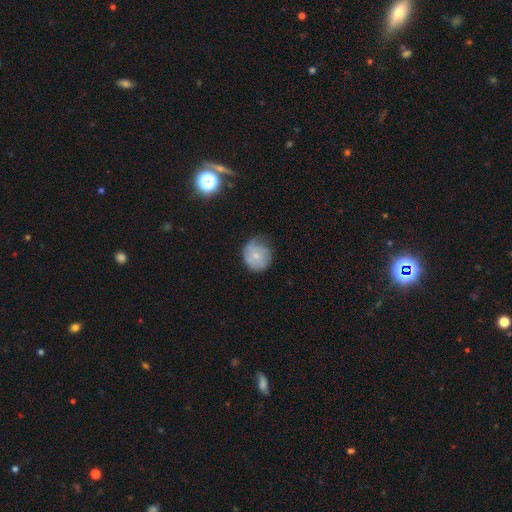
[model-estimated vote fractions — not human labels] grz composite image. It shows a smooth galaxy with no disk features (63%) that is round (82%). Merging: none (45%).